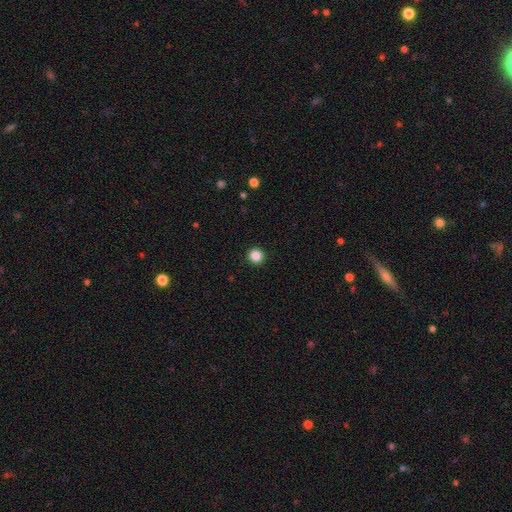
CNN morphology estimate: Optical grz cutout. It shows a smooth galaxy with no disk features (86%) that is round (94%). Merging: none (93%).